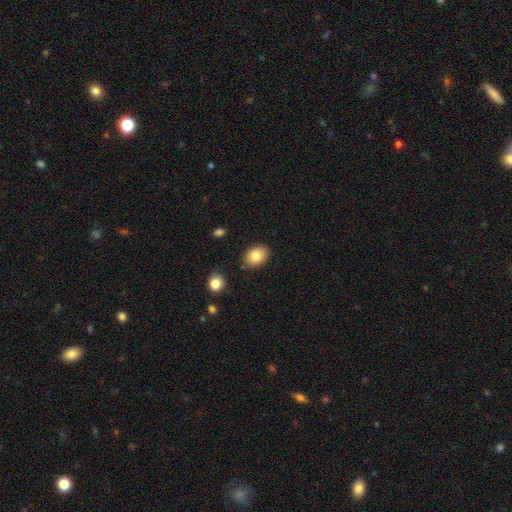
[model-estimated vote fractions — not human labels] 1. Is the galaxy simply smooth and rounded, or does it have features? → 83% smooth, 9% featured or disk, 8% star or artifact.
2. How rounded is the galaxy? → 79% in between, 20% round, 1% cigar-shaped.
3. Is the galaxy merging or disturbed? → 83% none, 12% minor disturbance, 3% merger, 2% major disturbance.